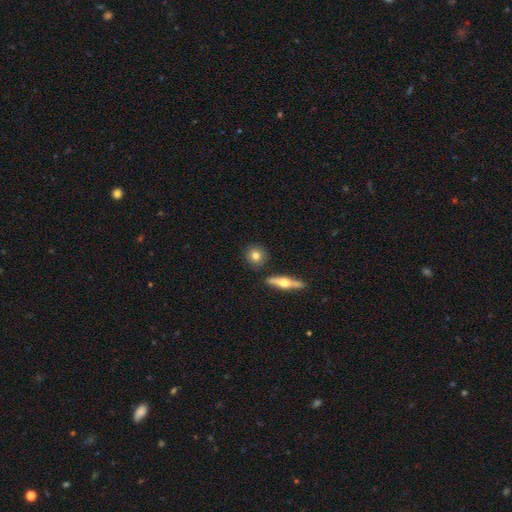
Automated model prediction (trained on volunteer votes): A smooth galaxy with no disk features (74%) that is round (85%).

Vote fractions:
- Smooth or featured? smooth: 74% / featured or disk: 18% / star or artifact: 8%
- How rounded? round: 85% / in between: 12% / cigar-shaped: 3%
- Merging? none: 85% / minor disturbance: 7% / merger: 5% / major disturbance: 2%